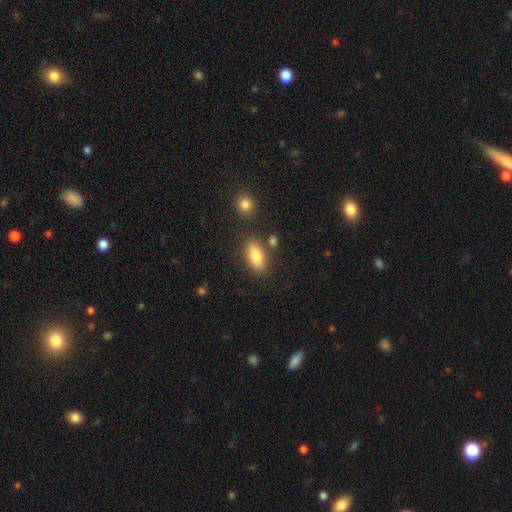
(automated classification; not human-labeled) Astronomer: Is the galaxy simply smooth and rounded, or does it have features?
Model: smooth — 85%.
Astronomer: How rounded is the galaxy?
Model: in between — 87%.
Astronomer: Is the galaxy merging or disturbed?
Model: none — 77%.